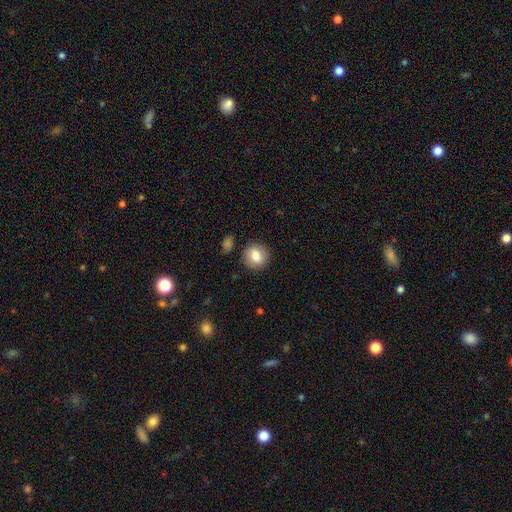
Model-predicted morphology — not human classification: Smooth or featured? smooth (80%)
How rounded? round (74%)
Merging? none (83%)